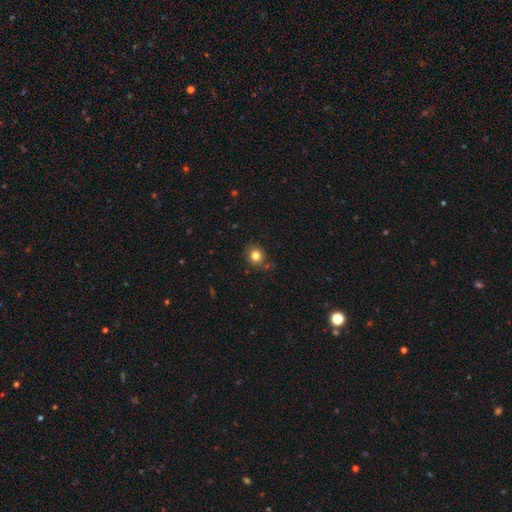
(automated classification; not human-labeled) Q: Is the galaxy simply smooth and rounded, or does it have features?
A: smooth — 81%.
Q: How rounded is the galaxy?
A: round — 78%.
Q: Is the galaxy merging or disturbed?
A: none — 83%.